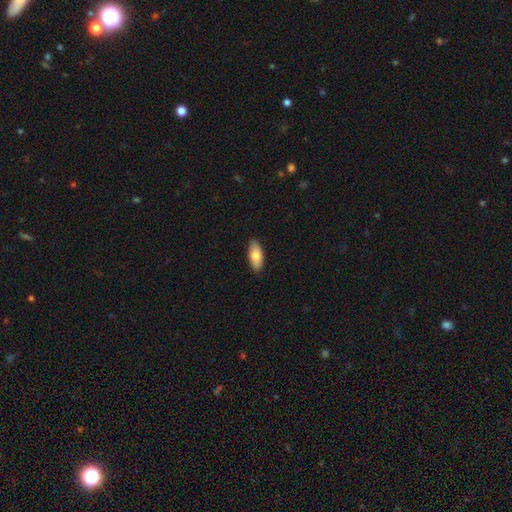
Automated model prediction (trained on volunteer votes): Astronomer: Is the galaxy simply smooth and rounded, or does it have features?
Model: smooth — 79%.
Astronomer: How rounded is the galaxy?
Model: in between — 85%.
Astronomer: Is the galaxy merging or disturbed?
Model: none — 87%.